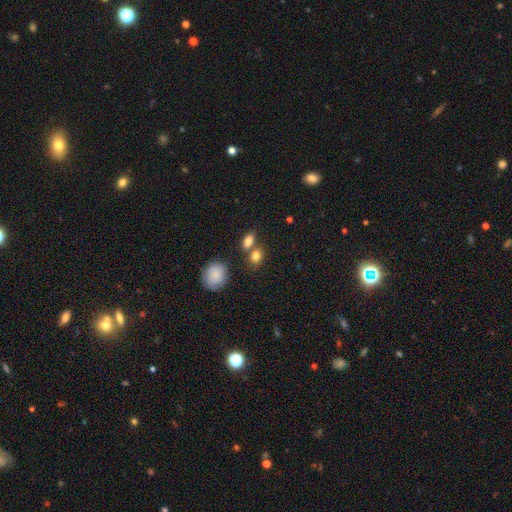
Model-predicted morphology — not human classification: This is clearly a smooth galaxy (81%). How rounded: likely in between (64%). Merging: possibly none (55%).